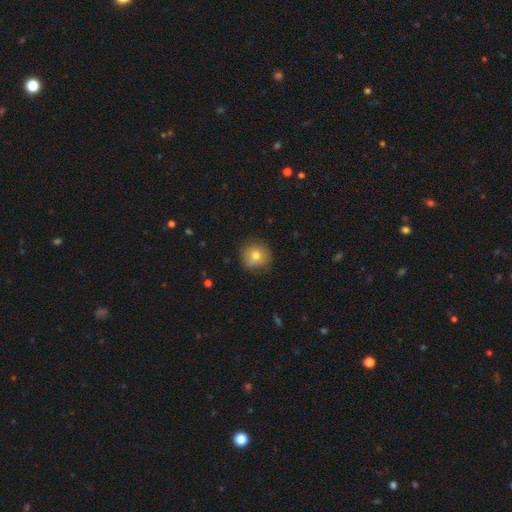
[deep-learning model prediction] Q: Smooth or featured?
A: smooth (75%); runner-up: featured or disk (15%)
Q: How rounded?
A: round (90%); runner-up: in between (9%)
Q: Merging?
A: none (74%); runner-up: minor disturbance (19%)